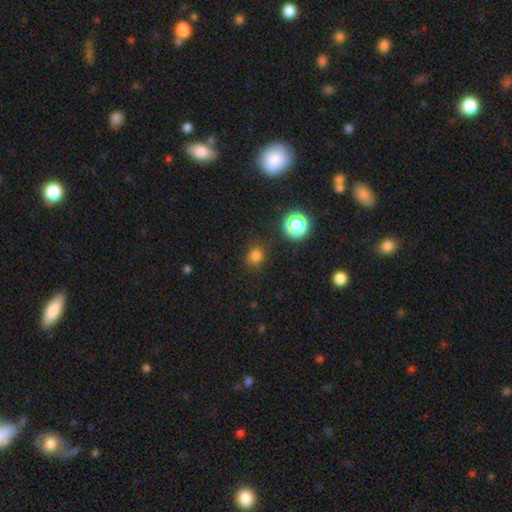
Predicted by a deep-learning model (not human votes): The model was most divided on "smooth or featured": smooth: 76%, star or artifact: 19%, featured or disk: 5%. More confident: merging — none (86%); how rounded — round (84%).